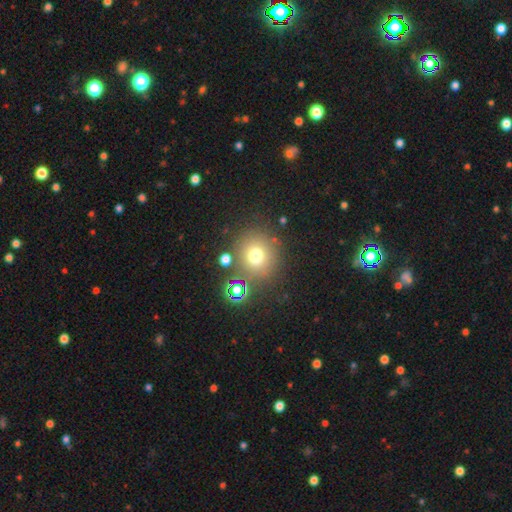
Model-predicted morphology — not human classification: This is likely a smooth galaxy (70%). How rounded: clearly round (90%). Merging: likely none (79%).